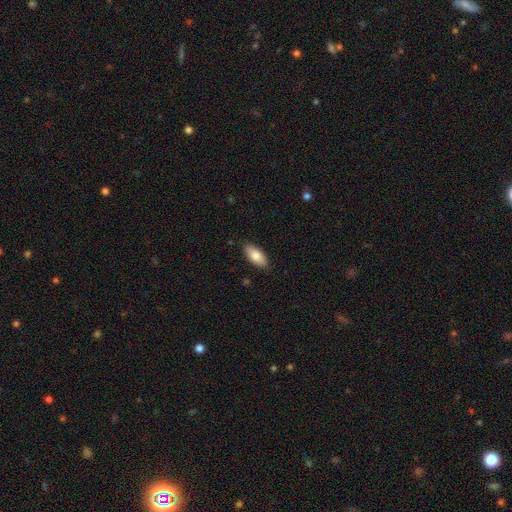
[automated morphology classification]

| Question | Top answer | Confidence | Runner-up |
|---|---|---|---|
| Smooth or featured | smooth | 82% | featured or disk (12%) |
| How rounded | in between | 87% | cigar-shaped (11%) |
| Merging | none | 87% | minor disturbance (10%) |